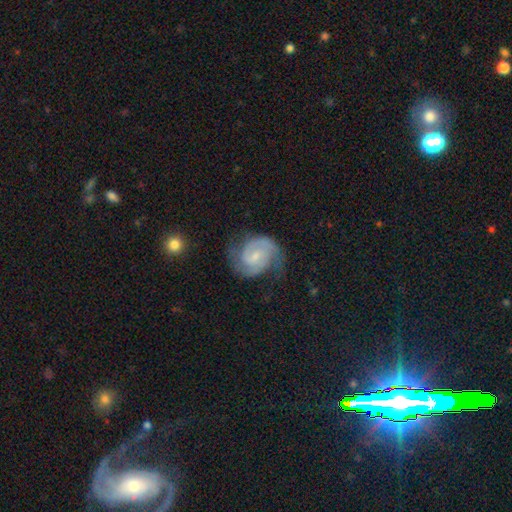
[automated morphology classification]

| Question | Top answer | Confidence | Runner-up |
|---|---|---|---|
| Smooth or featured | featured or disk | 85% | smooth (10%) |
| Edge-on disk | no | 98% | yes (2%) |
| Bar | weak | 55% | no (32%) |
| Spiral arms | yes | 97% | no (3%) |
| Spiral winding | medium | 46% | tight (43%) |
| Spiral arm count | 2 | 85% | can't tell (6%) |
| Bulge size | small | 55% | moderate (31%) |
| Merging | none | 68% | minor disturbance (21%) |